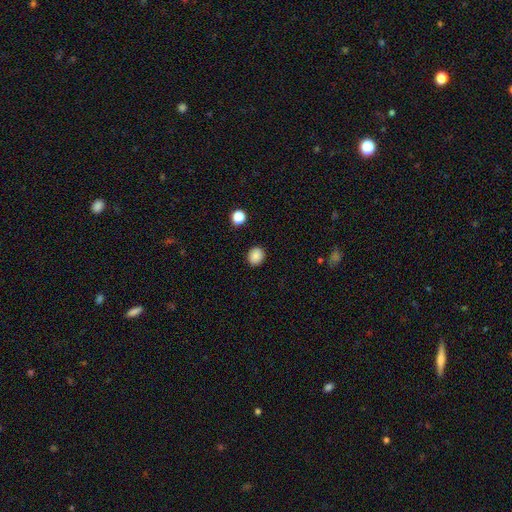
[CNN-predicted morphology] Smooth or featured? smooth (86%)
How rounded? round (68%)
Merging? none (89%)